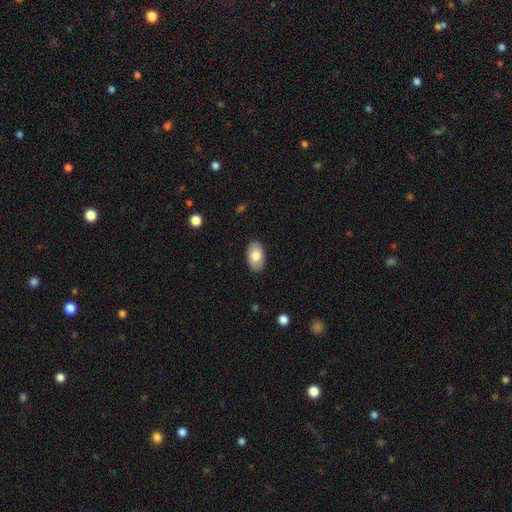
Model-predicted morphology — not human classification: Smooth or featured?
  - smooth: 78% *
  - featured or disk: 16%
  - star or artifact: 6%
How rounded?
  - in between: 92% *
  - round: 6%
  - cigar-shaped: 1%
Merging?
  - none: 88% *
  - minor disturbance: 9%
  - major disturbance: 2%
  - merger: 1%